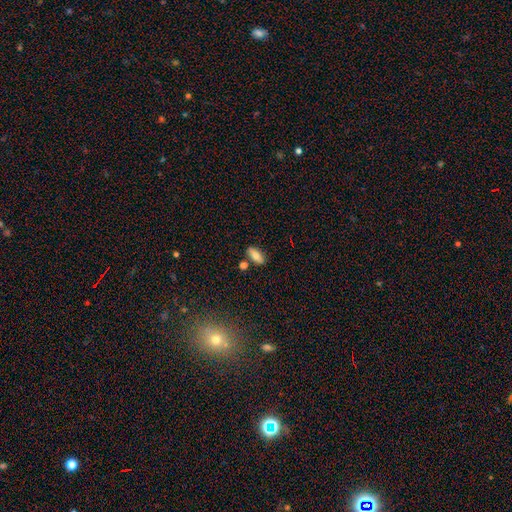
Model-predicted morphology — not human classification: Overall: smooth (74%). How rounded: in between (81%). Merging: none (81%).